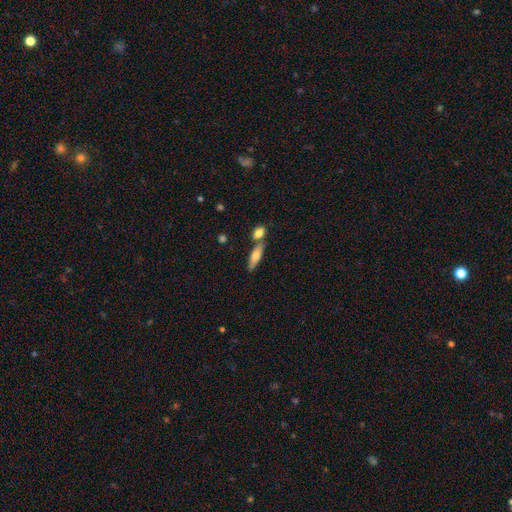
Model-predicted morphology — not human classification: Smooth or featured? Predicted: smooth (p=0.68). How rounded? Predicted: cigar-shaped (p=0.52). Merging? Predicted: none (p=0.57).